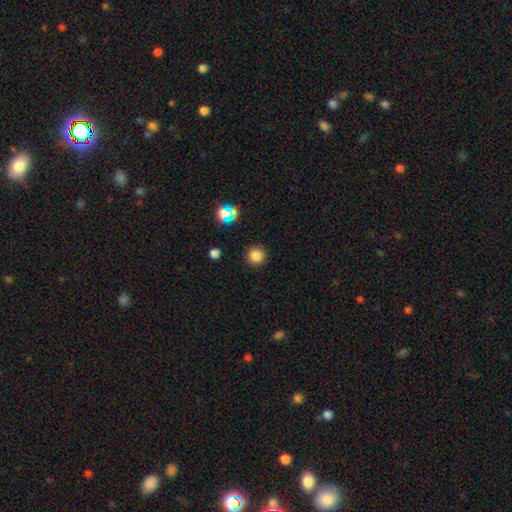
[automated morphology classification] type=smooth (81%); roundness=round (95%); merging=none (91%).